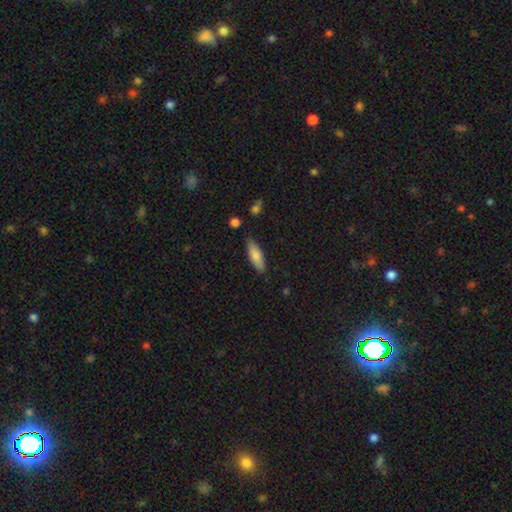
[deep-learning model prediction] A smooth galaxy with no disk features (79%) that is in between round and cigar-shaped (59%). Merging: none (80%).